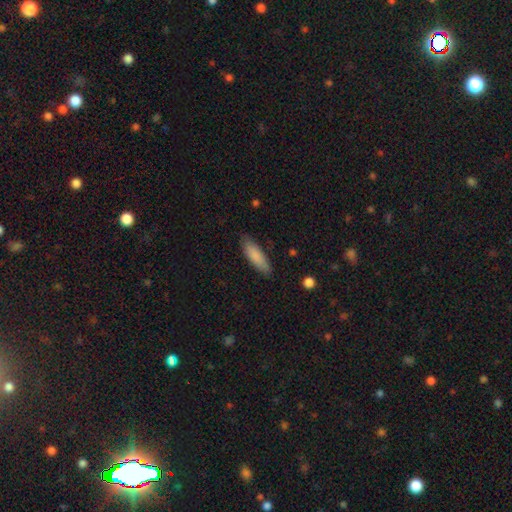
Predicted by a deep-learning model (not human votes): Smooth or featured?
  - smooth: 85% *
  - featured or disk: 10%
  - star or artifact: 6%
How rounded?
  - cigar-shaped: 51% *
  - in between: 47%
  - round: 1%
Merging?
  - none: 83% *
  - minor disturbance: 14%
  - major disturbance: 2%
  - merger: 1%